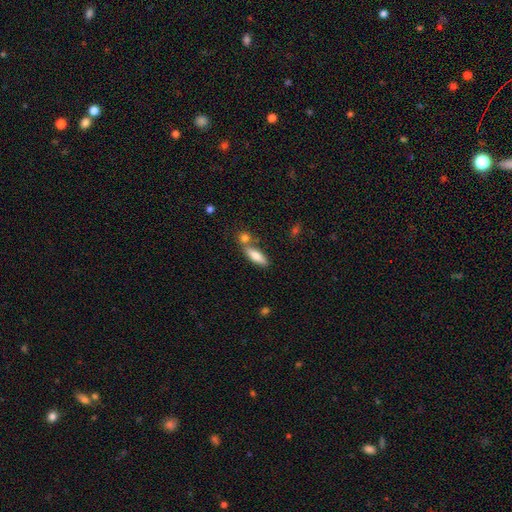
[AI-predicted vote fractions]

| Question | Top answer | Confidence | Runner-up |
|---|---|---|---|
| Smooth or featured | smooth | 77% | featured or disk (16%) |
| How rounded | in between | 53% | cigar-shaped (45%) |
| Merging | none | 57% | merger (27%) |